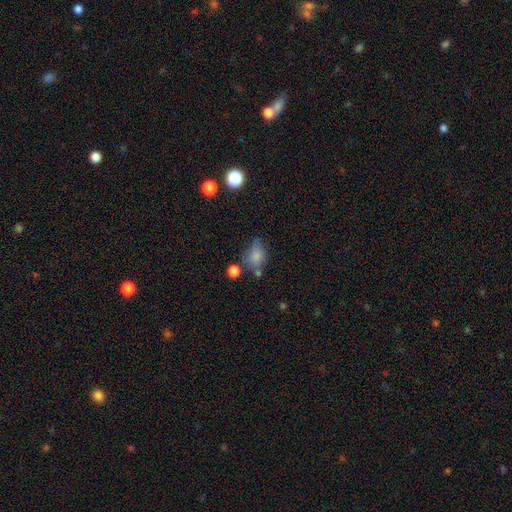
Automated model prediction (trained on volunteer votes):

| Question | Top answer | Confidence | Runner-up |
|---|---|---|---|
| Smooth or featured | smooth | 75% | featured or disk (13%) |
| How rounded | in between | 68% | round (29%) |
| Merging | none | 42% | minor disturbance (29%) |